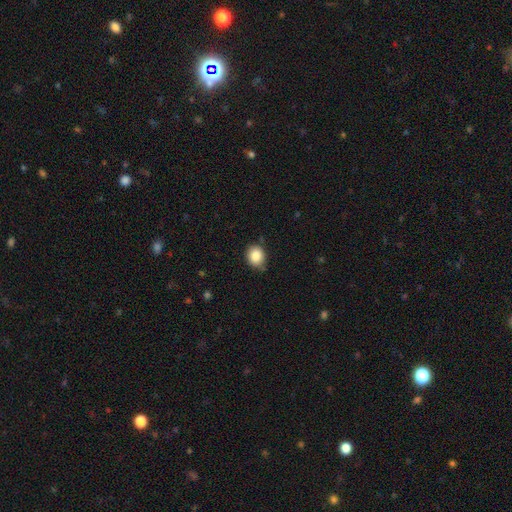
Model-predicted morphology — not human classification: smooth_or_featured: smooth (p=0.85) [alt: star or artifact p=0.09]
how_rounded: round (p=0.68) [alt: in between p=0.31]
merging: none (p=0.73) [alt: minor disturbance p=0.21]